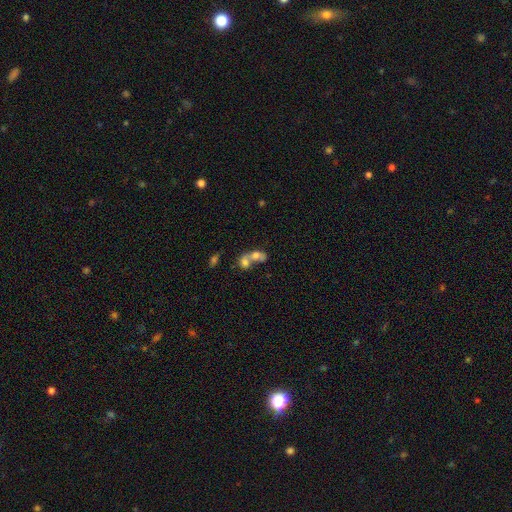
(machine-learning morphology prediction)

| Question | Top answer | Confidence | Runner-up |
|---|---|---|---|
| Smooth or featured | smooth | 65% | featured or disk (25%) |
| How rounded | in between | 62% | round (35%) |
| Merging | merger | 77% | none (13%) |